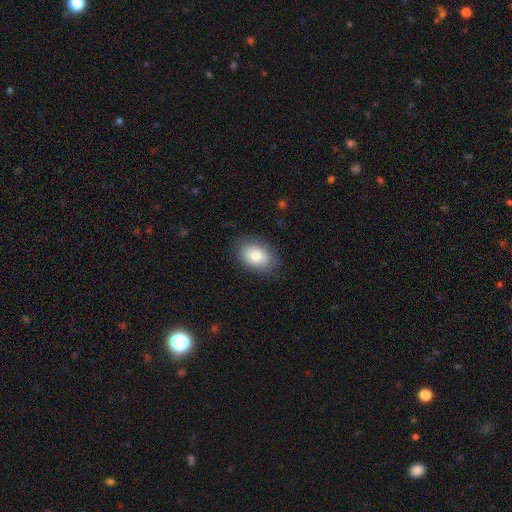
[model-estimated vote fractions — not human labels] Morphology: type=smooth (83%); roundness=in between (85%); merging=none (83%).